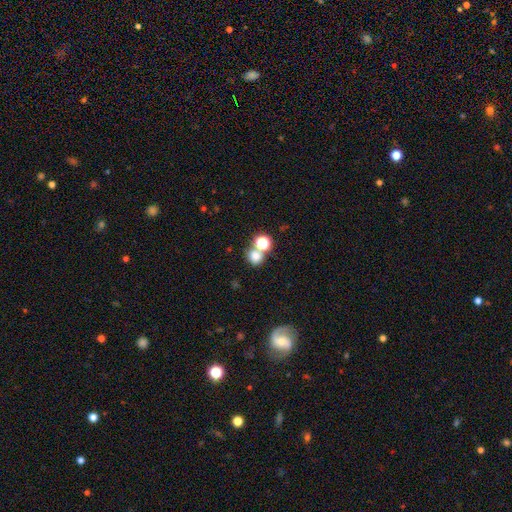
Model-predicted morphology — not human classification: smooth 72%, star or artifact 20%, featured or disk 8%. Down the decision tree: how rounded — round (75%); merging — none (53%).